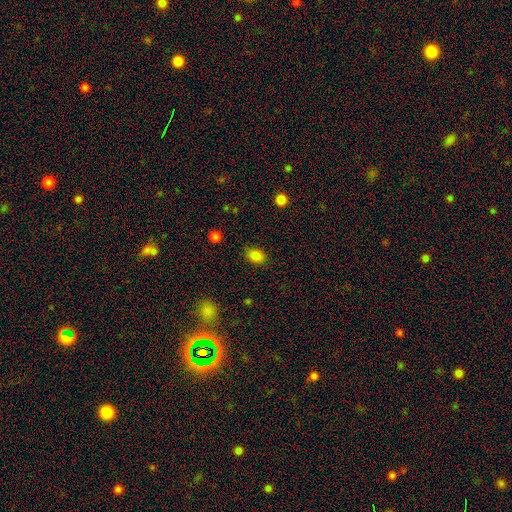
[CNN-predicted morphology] Q: Smooth or featured?
A: smooth (84%); runner-up: star or artifact (12%)
Q: How rounded?
A: in between (74%); runner-up: round (25%)
Q: Merging?
A: none (80%); runner-up: minor disturbance (15%)